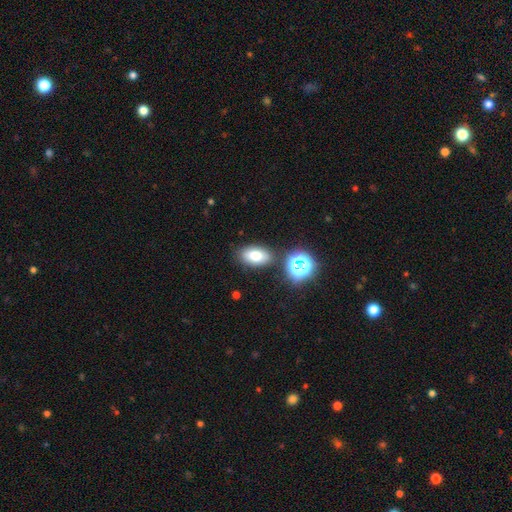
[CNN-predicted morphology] Smooth or featured? smooth (74%)
How rounded? in between (88%)
Merging? none (81%)